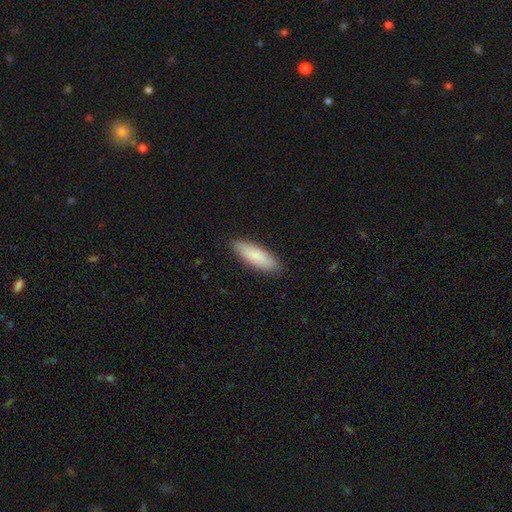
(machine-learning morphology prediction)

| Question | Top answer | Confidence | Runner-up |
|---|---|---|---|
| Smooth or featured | smooth | 85% | featured or disk (9%) |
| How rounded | cigar-shaped | 51% | in between (48%) |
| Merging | none | 88% | minor disturbance (9%) |